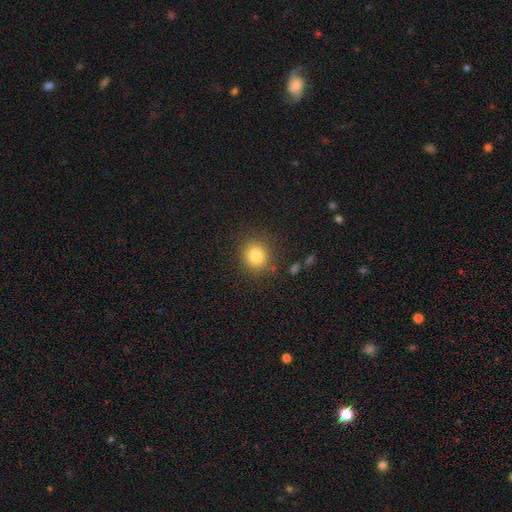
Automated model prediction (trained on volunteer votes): Smooth or featured? Predicted: smooth (p=0.80). How rounded? Predicted: round (p=0.85). Merging? Predicted: none (p=0.87).